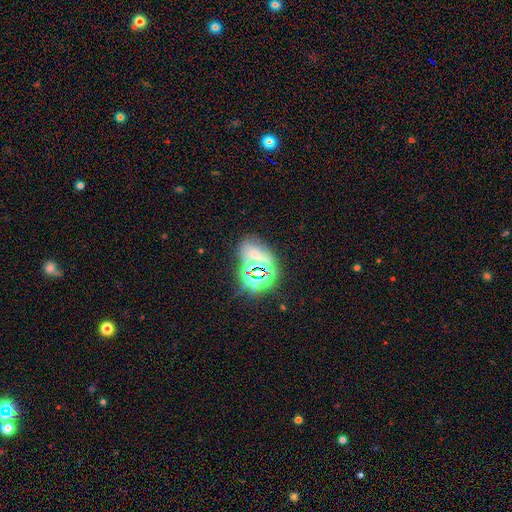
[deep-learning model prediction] A star or artifact, not a galaxy (52%).

Vote fractions:
- Smooth or featured? star or artifact: 52% / smooth: 31% / featured or disk: 17%